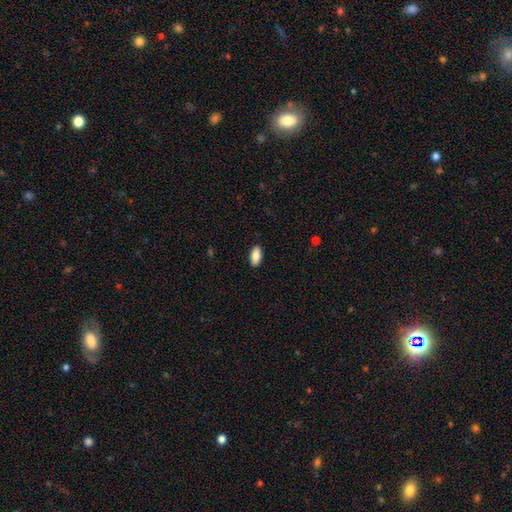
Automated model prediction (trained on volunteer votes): Overall: smooth (87%). How rounded: in between (91%). Merging: none (89%).